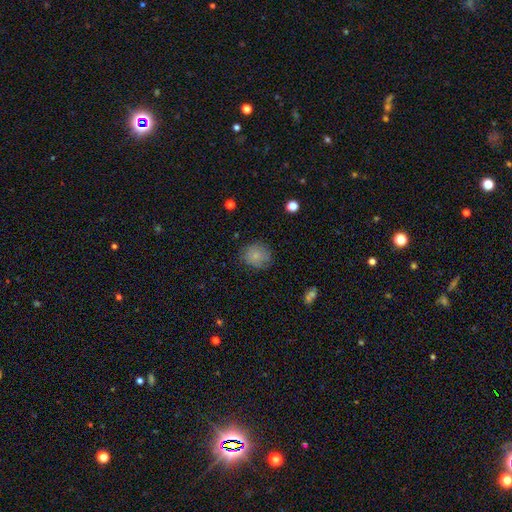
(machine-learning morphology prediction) A smooth galaxy with no disk features (80%) that is round (86%). Merging: none (79%).